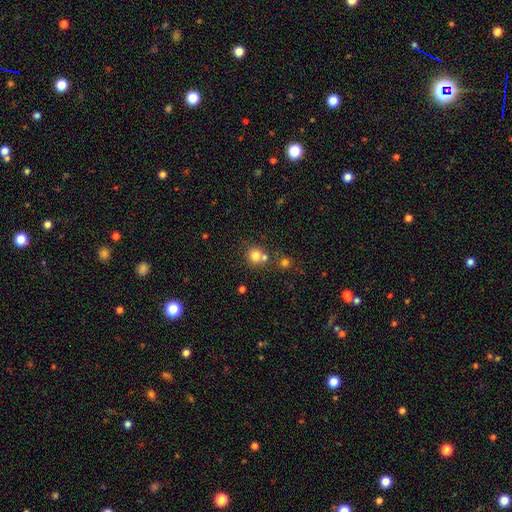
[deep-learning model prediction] Morphology: type=smooth (77%); roundness=round (89%); merging=none (58%).